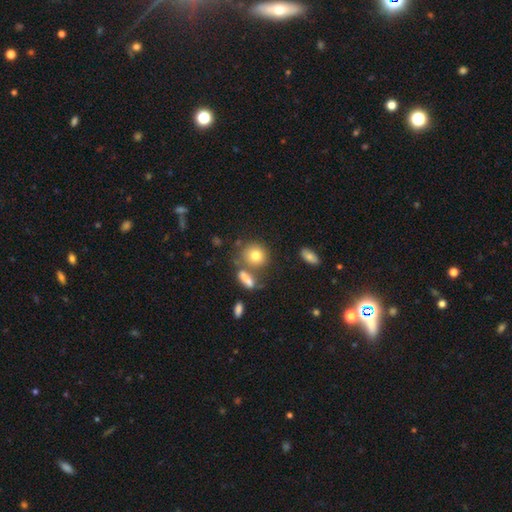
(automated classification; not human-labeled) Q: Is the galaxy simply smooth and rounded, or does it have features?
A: smooth — 79%.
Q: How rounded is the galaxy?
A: round — 76%.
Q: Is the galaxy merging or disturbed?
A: none — 62%.